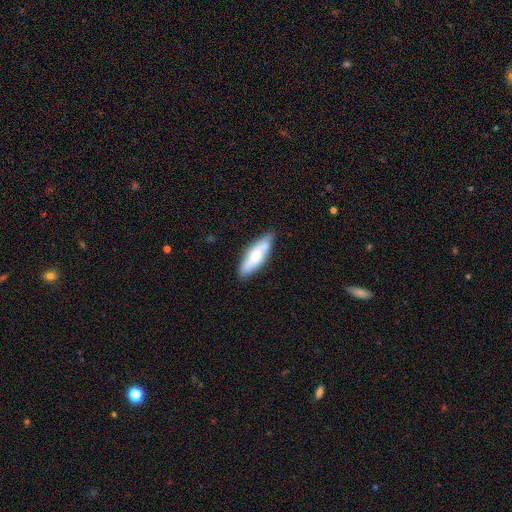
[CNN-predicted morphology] A smooth galaxy with no disk features (70%) that is cigar-shaped (51%).

Vote fractions:
- Smooth or featured? smooth: 70% / featured or disk: 25% / star or artifact: 6%
- How rounded? cigar-shaped: 51% / in between: 47% / round: 2%
- Merging? none: 72% / minor disturbance: 21% / major disturbance: 3% / merger: 3%